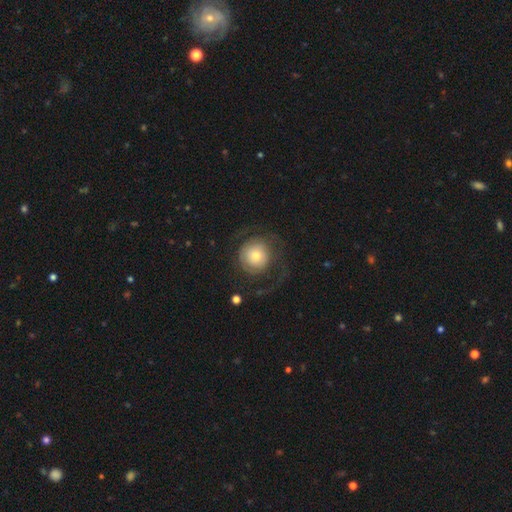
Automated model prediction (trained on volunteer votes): smooth-or-featured: featured or disk: 47% | smooth: 46% | star or artifact: 8%
  merging: none: 56% | major disturbance: 28% | minor disturbance: 14% | merger: 2%